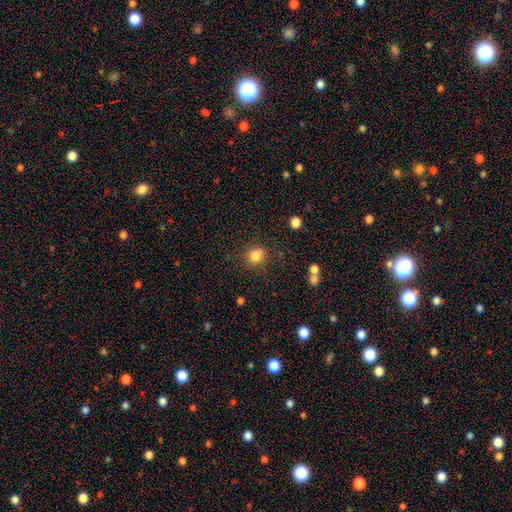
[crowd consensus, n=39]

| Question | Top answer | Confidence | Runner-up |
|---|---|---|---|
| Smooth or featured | smooth | 87% | star or artifact (10%) |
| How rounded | round | 97% | in between (3%) |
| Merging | none | 77% | minor disturbance (14%) |